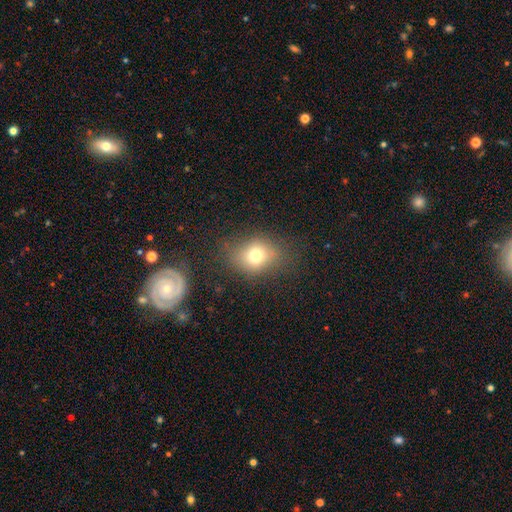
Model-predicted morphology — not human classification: A smooth galaxy with no disk features (72%) that is round (51%). Merging: none (75%).